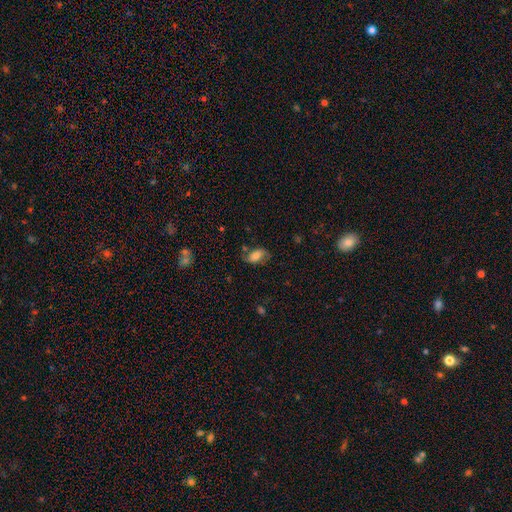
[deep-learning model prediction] A smooth galaxy with no disk features (62%) that is in between round and cigar-shaped (90%). Merging: none (62%).